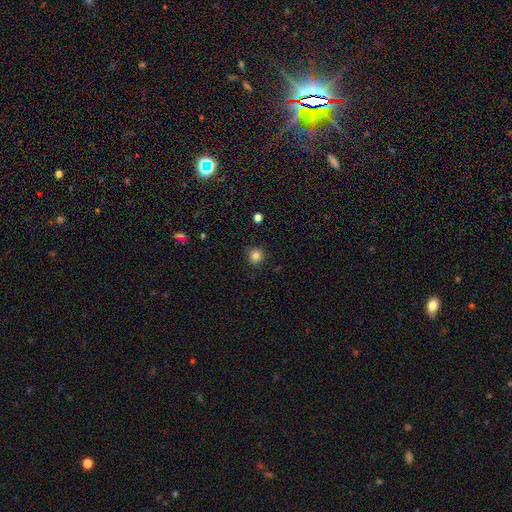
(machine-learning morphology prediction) This appears to be a smooth galaxy with no disk features (83%) that is round (94%). Merging: none (88%).